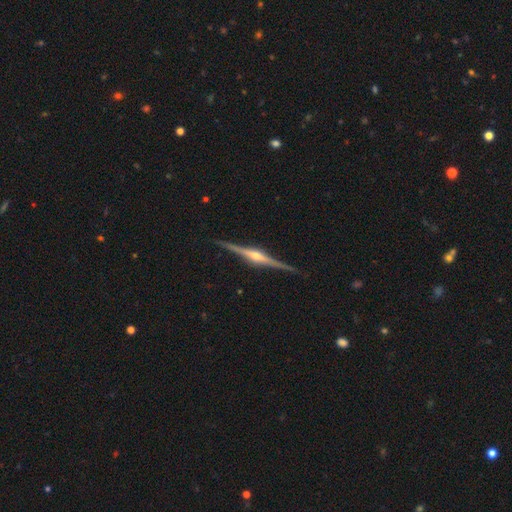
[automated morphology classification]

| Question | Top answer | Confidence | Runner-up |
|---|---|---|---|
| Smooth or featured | featured or disk | 90% | smooth (6%) |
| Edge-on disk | yes | 99% | no (1%) |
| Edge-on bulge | rounded | 89% | boxy (8%) |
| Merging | none | 91% | minor disturbance (6%) |